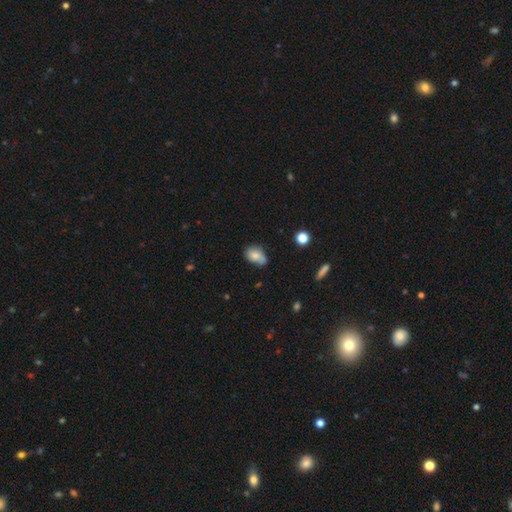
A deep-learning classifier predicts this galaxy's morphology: Smooth or featured?
  - smooth: 72% *
  - featured or disk: 19%
  - star or artifact: 9%
How rounded?
  - in between: 81% *
  - round: 17%
  - cigar-shaped: 2%
Merging?
  - none: 47% *
  - minor disturbance: 37%
  - major disturbance: 9%
  - merger: 7%